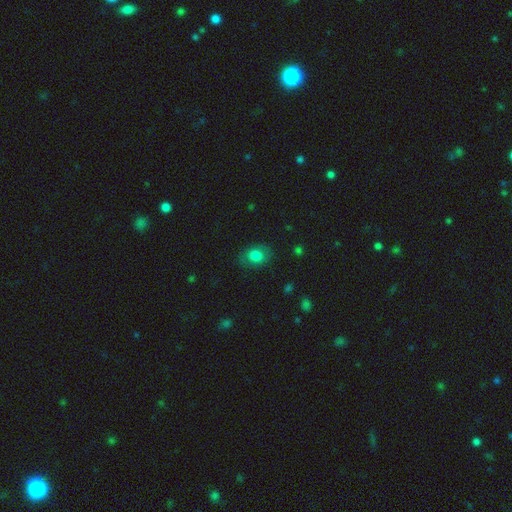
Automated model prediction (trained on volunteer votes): This appears to be a smooth galaxy with no disk features (77%) that is in between round and cigar-shaped (63%). Merging: none (79%).